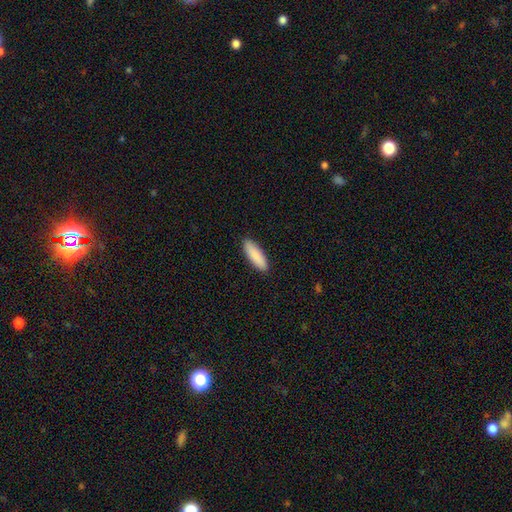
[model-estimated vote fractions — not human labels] Q: Smooth or featured?
A: smooth (89%); runner-up: featured or disk (5%)
Q: How rounded?
A: in between (50%); runner-up: cigar-shaped (49%)
Q: Merging?
A: none (90%); runner-up: minor disturbance (7%)